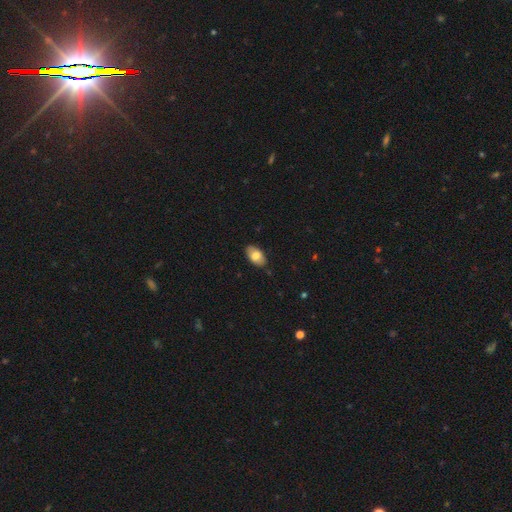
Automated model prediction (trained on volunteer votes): Smooth or featured? Predicted: smooth (p=0.77). How rounded? Predicted: in between (p=0.94). Merging? Predicted: none (p=0.85).